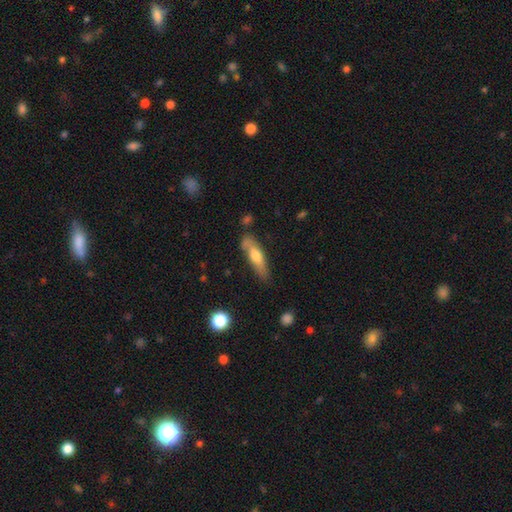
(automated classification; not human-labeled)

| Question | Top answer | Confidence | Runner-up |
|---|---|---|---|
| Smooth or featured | smooth | 57% | featured or disk (37%) |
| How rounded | cigar-shaped | 67% | in between (30%) |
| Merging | none | 66% | minor disturbance (23%) |